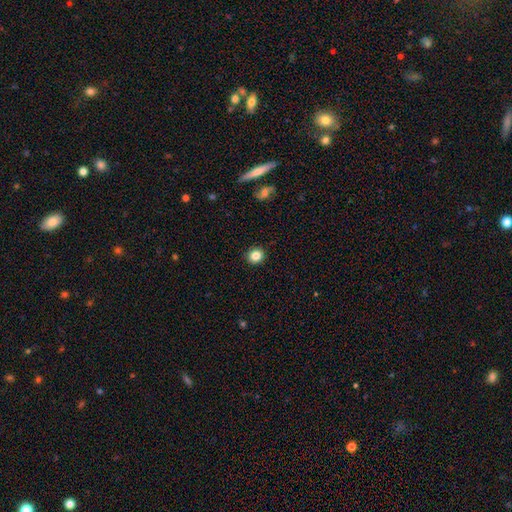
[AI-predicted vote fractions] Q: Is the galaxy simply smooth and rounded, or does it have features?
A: smooth — 84%.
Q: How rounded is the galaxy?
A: round — 86%.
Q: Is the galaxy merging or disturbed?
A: none — 91%.